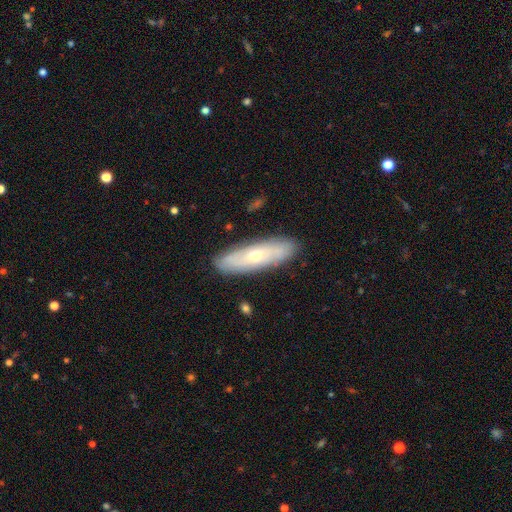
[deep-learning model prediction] smooth-or-featured: featured or disk: 49% | smooth: 45% | star or artifact: 6%
  merging: none: 86% | minor disturbance: 10% | major disturbance: 2% | merger: 1%